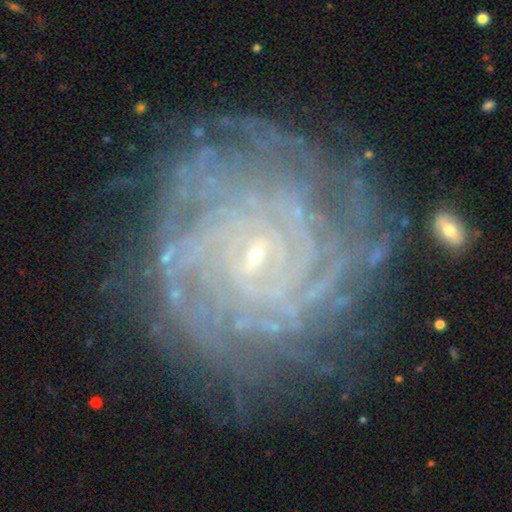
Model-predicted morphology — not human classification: Smooth or featured?
  - featured or disk: 86% *
  - star or artifact: 8%
  - smooth: 7%
Edge-on disk?
  - no: 97% *
  - yes: 3%
Bar?
  - no: 54% *
  - weak: 35%
  - strong: 11%
Spiral arms?
  - yes: 96% *
  - no: 4%
Spiral winding?
  - tight: 80% *
  - medium: 16%
  - loose: 4%
Spiral arm count?
  - can't tell: 33% *
  - more than 4: 23%
  - 4: 16%
  - 2: 10%
  - 3: 10%
  - 1: 8%
Bulge size?
  - small: 87% *
  - moderate: 8%
  - none: 3%
  - large: 1%
  - dominant: 1%
Merging?
  - none: 77% *
  - minor disturbance: 15%
  - major disturbance: 7%
  - merger: 2%